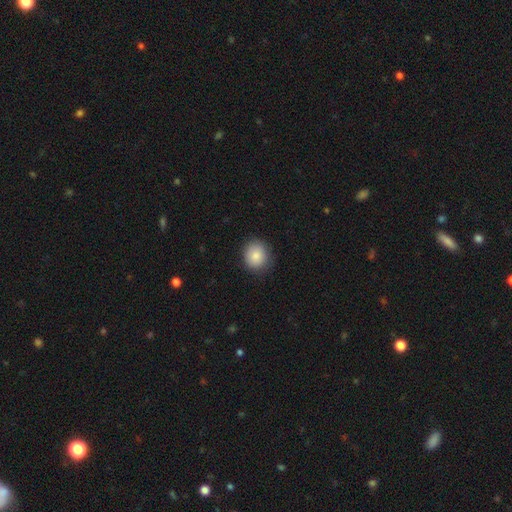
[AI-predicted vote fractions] Smooth or featured? Predicted: smooth (p=0.86). How rounded? Predicted: round (p=0.76). Merging? Predicted: none (p=0.84).